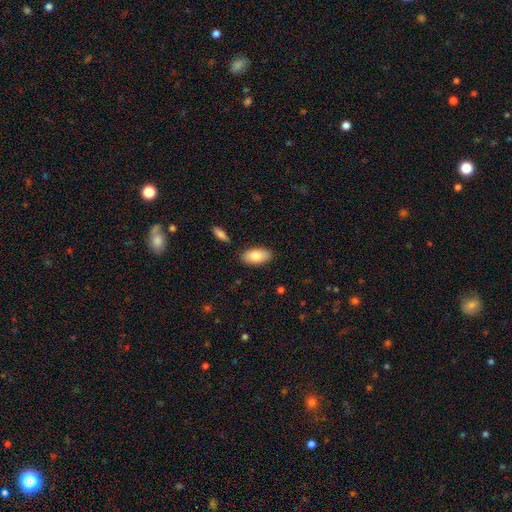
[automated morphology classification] Overall: smooth (81%). How rounded: in between (94%). Merging: none (85%).